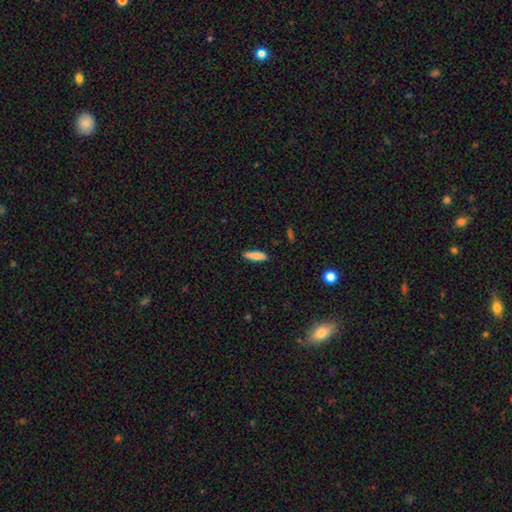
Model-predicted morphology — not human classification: Overall: smooth (86%). How rounded: cigar-shaped (63%; in between 35%). Merging: none (88%).